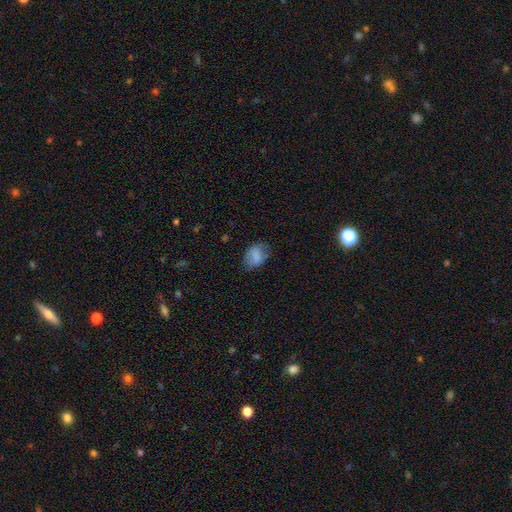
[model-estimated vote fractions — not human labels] A smooth galaxy with no disk features (82%) that is in between round and cigar-shaped (70%).

Vote fractions:
- Smooth or featured? smooth: 82% / featured or disk: 9% / star or artifact: 9%
- How rounded? in between: 70% / round: 28% / cigar-shaped: 1%
- Merging? none: 66% / minor disturbance: 25% / major disturbance: 8% / merger: 1%